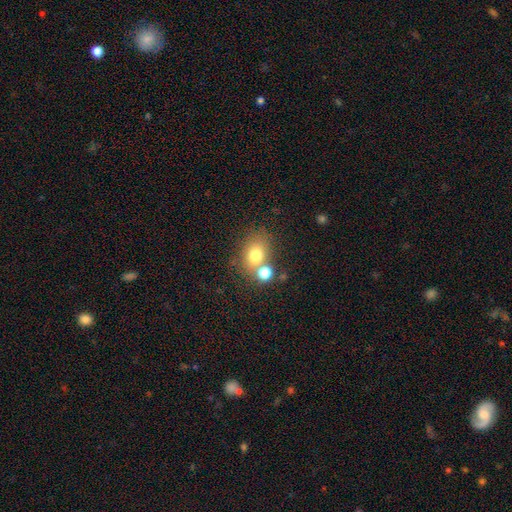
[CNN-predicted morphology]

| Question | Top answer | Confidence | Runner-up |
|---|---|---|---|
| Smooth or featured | smooth | 74% | featured or disk (13%) |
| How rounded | in between | 51% | round (48%) |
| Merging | none | 53% | merger (31%) |